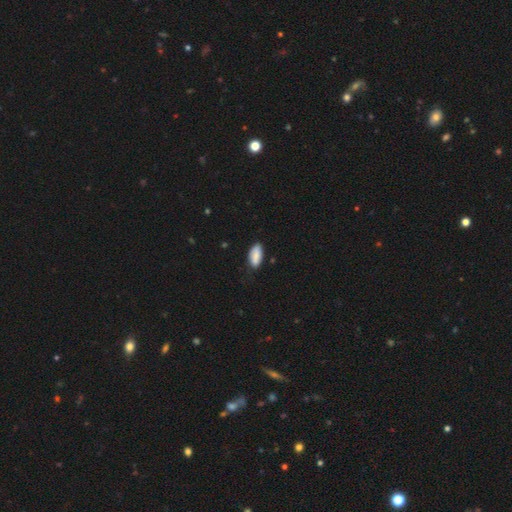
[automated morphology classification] Smooth or featured? smooth (86%)
How rounded? in between (89%)
Merging? none (73%)